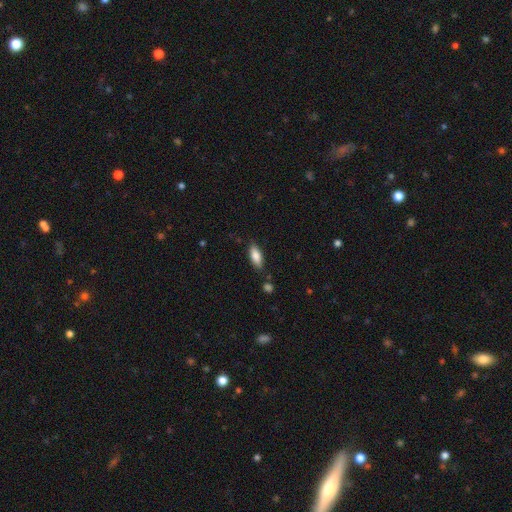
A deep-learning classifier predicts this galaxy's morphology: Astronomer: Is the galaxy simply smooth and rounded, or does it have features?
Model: smooth — 85%.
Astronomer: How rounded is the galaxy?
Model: in between — 78%.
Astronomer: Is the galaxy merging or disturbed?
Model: none — 82%.